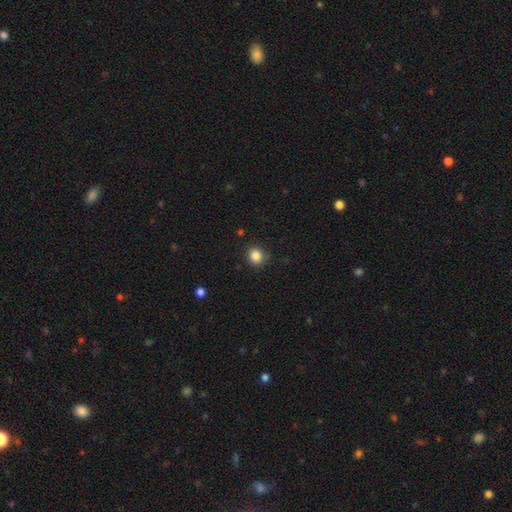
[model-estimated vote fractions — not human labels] This appears to be a smooth galaxy with no disk features (85%) that is round (81%). Merging: none (84%).